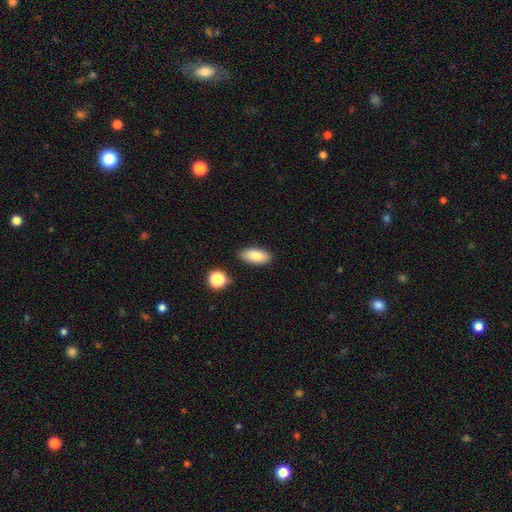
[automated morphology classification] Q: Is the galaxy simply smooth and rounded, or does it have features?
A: smooth — 85%.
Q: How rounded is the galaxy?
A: in between — 89%.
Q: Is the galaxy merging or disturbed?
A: none — 86%.